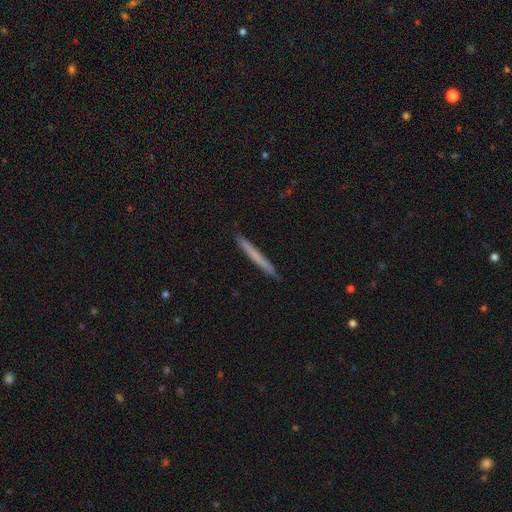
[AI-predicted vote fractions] Smooth or featured? smooth (63%)
How rounded? cigar-shaped (97%)
Merging? none (91%)